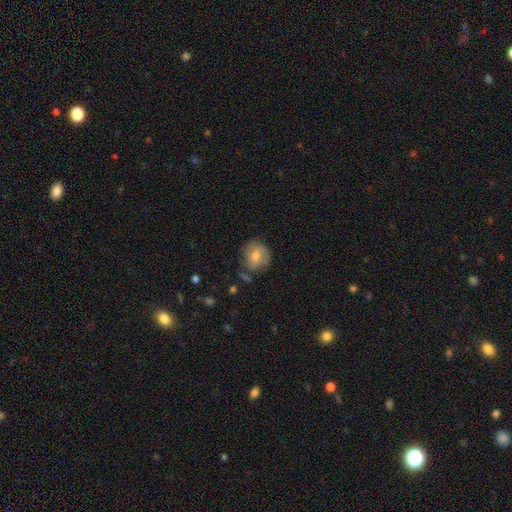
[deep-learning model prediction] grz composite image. It shows a smooth galaxy with no disk features (57%) that is round (75%). Merging: none (65%).